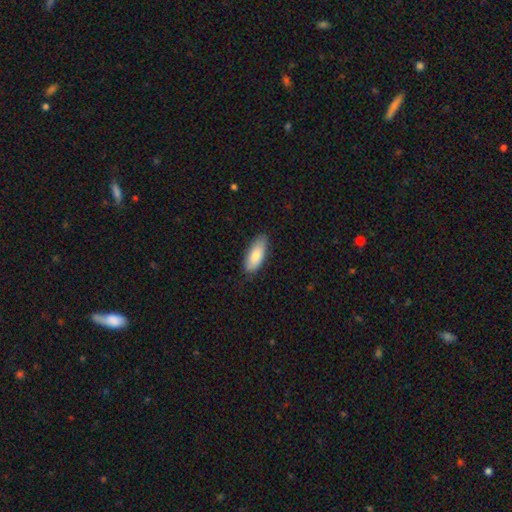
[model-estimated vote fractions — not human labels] This is likely a smooth galaxy (79%). How rounded: likely in between (77%). Merging: clearly none (82%).